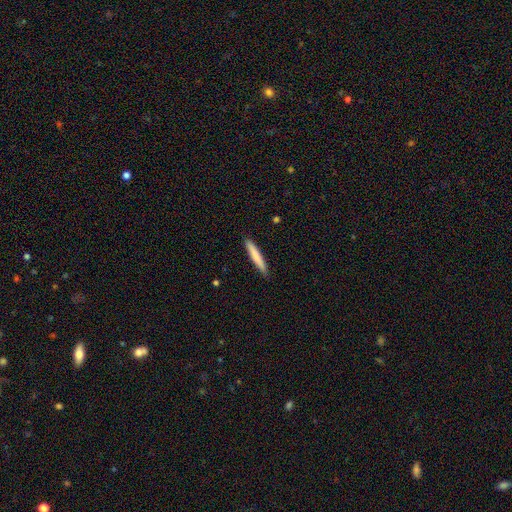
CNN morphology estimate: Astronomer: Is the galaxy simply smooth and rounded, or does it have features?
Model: smooth — 78%.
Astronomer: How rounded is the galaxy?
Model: cigar-shaped — 95%.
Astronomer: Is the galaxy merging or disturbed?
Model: none — 90%.